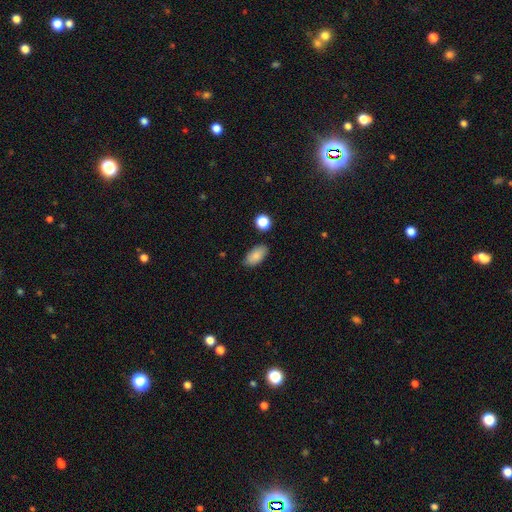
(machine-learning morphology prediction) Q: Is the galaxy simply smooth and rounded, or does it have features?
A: smooth — 84%.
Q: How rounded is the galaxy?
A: in between — 93%.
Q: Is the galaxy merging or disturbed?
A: none — 80%.